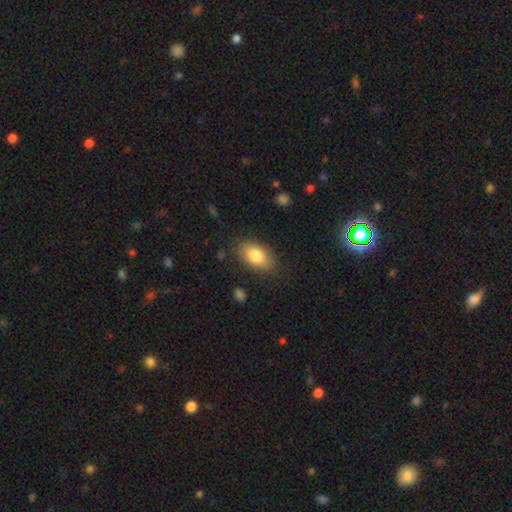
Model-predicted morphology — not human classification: Smooth or featured? smooth (81%)
How rounded? in between (91%)
Merging? none (83%)